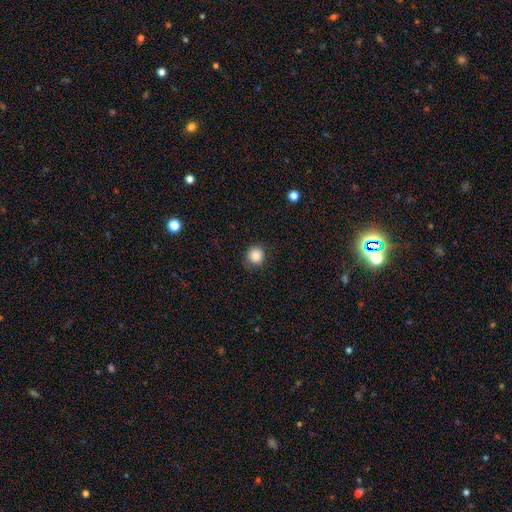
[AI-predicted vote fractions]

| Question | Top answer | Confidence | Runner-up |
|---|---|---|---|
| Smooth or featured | smooth | 83% | star or artifact (10%) |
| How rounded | round | 91% | in between (8%) |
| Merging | none | 85% | minor disturbance (11%) |